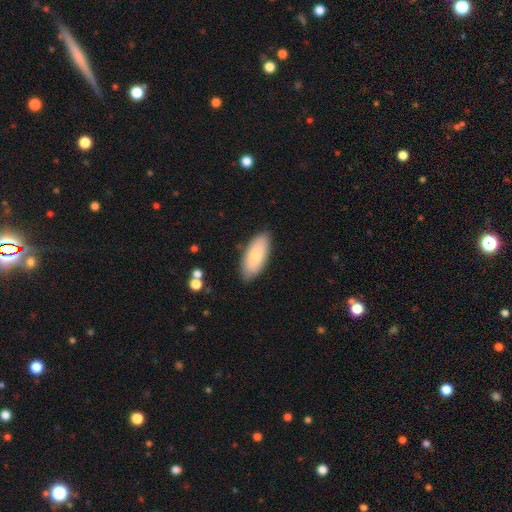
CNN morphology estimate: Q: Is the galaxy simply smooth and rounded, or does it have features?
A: smooth — 77%.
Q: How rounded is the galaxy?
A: in between — 86%.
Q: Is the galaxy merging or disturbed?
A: none — 84%.